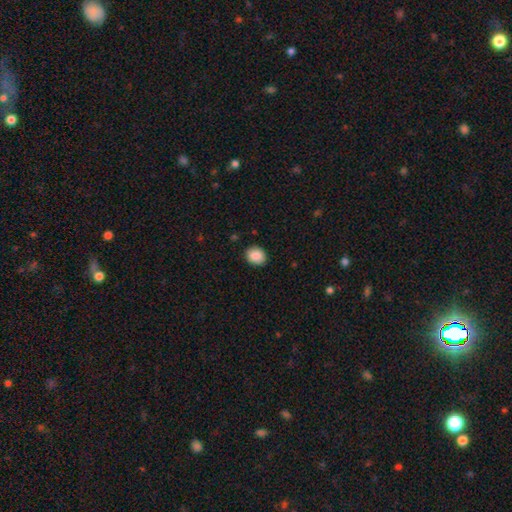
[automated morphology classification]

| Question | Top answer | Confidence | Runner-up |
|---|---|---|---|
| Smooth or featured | smooth | 88% | star or artifact (8%) |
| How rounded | round | 57% | in between (42%) |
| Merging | none | 89% | minor disturbance (8%) |